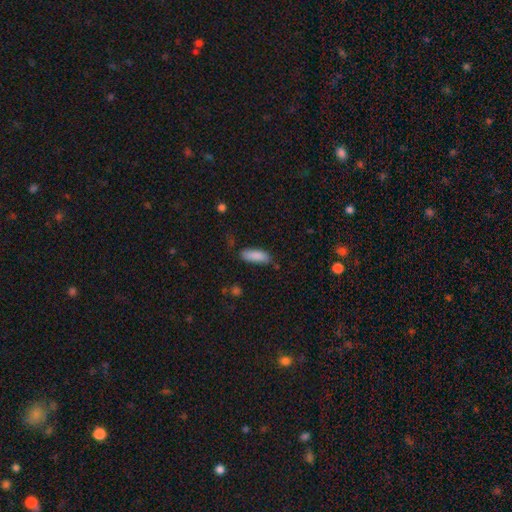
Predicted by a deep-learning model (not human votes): Morphology: type=smooth (88%); roundness=in between (68%); merging=none (74%).